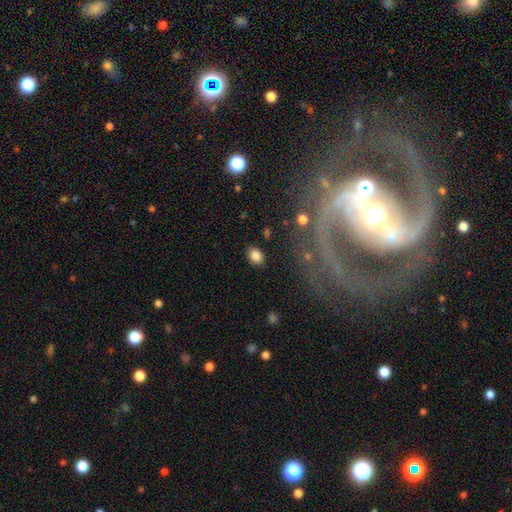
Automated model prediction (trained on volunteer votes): This appears to be a smooth galaxy with no disk features (85%) that is in between round and cigar-shaped (56%). Merging: none (86%).